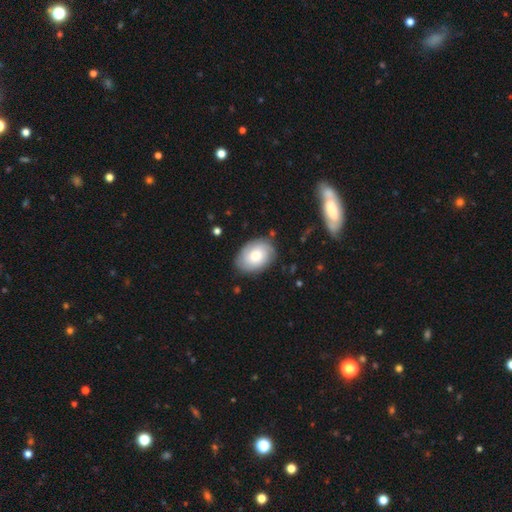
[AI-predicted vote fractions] This is likely a smooth galaxy (64%). How rounded: likely in between (76%). Merging: clearly none (80%).